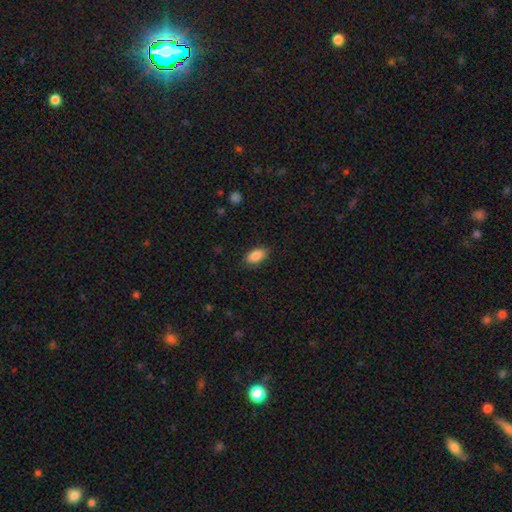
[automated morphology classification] Overall: smooth (88%). How rounded: in between (92%). Merging: none (84%).